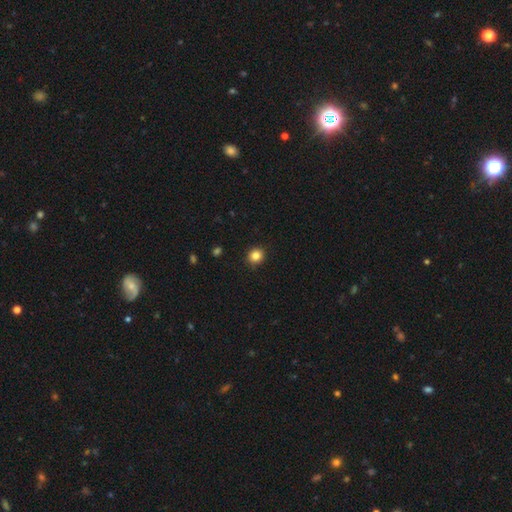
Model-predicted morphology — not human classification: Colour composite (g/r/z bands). It shows a smooth galaxy with no disk features (84%) that is round (87%). Merging: none (92%).